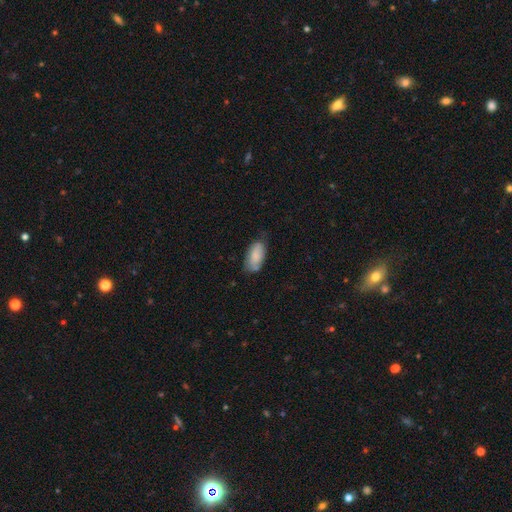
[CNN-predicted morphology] This is likely a smooth galaxy (80%). How rounded: clearly in between (93%). Merging: possibly none (60%).